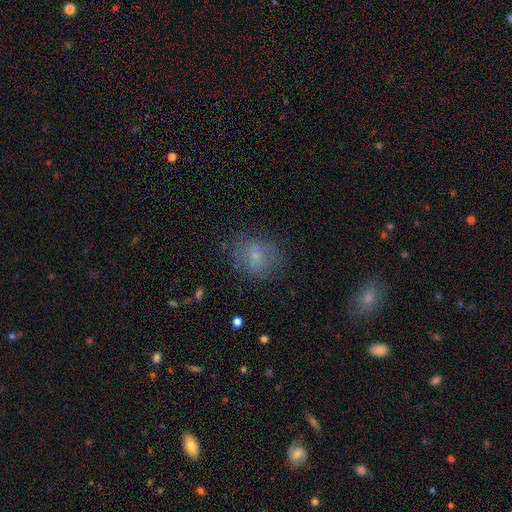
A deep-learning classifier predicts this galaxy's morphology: Smooth or featured? Predicted: smooth (p=0.64). How rounded? Predicted: round (p=0.56). Merging? Predicted: none (p=0.65).